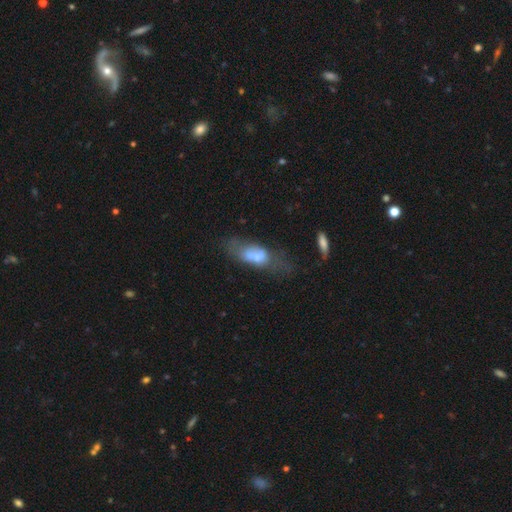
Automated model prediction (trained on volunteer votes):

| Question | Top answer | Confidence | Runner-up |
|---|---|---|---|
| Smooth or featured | smooth | 61% | featured or disk (29%) |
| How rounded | in between | 77% | cigar-shaped (18%) |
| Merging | major disturbance | 34% | none (31%) |